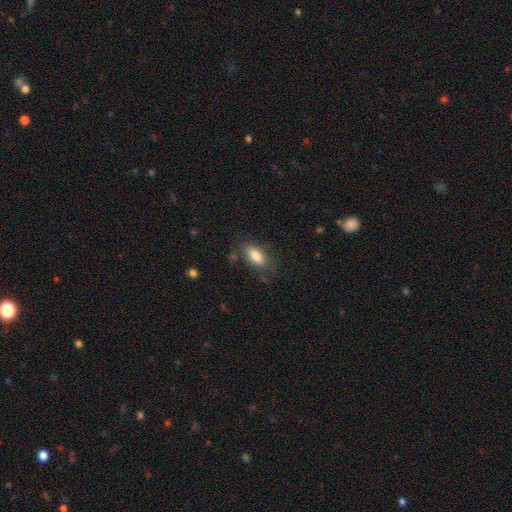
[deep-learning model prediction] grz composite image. It shows a smooth galaxy with no disk features (82%) that is in between round and cigar-shaped (85%). Merging: none (76%).